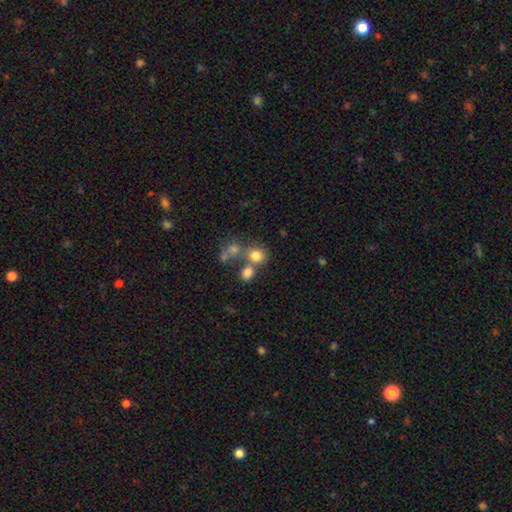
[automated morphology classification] Q: Smooth or featured?
A: smooth (75%); runner-up: star or artifact (14%)
Q: How rounded?
A: round (78%); runner-up: in between (21%)
Q: Merging?
A: none (53%); runner-up: merger (33%)